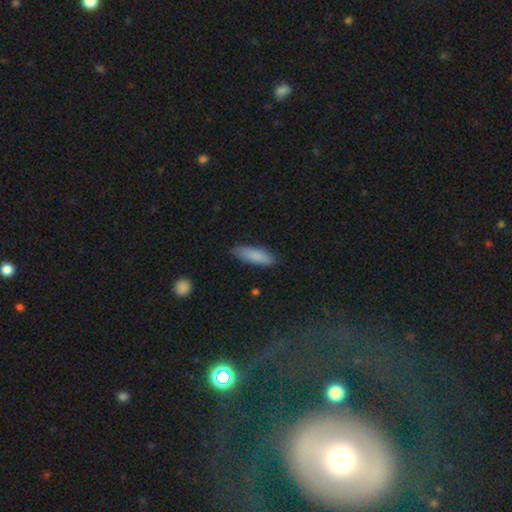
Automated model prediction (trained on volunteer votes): Smooth or featured: smooth — 86% (featured or disk — 8%)
How rounded: cigar-shaped — 51% (in between — 47%)
Merging: none — 82% (minor disturbance — 14%)